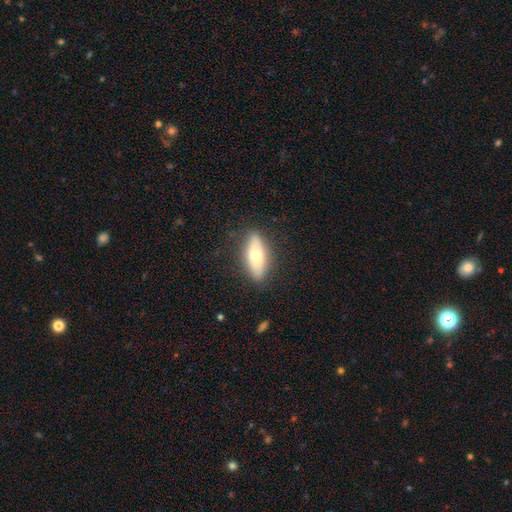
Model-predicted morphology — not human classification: Smooth or featured? smooth (61%)
How rounded? in between (66%)
Merging? none (84%)